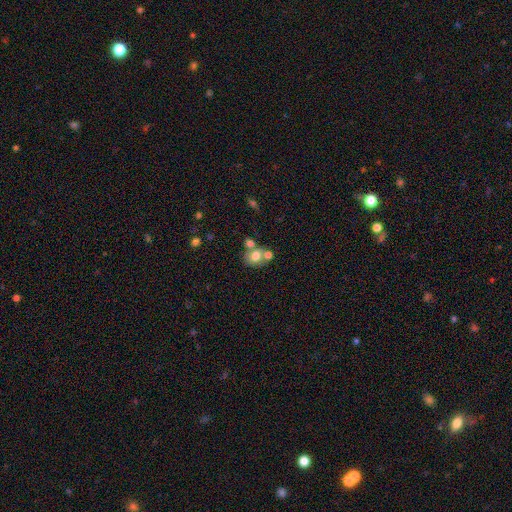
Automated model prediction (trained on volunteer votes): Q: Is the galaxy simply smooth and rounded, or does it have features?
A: smooth — 69%.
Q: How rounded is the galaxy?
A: round — 50%.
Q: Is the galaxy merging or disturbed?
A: merger — 42%.